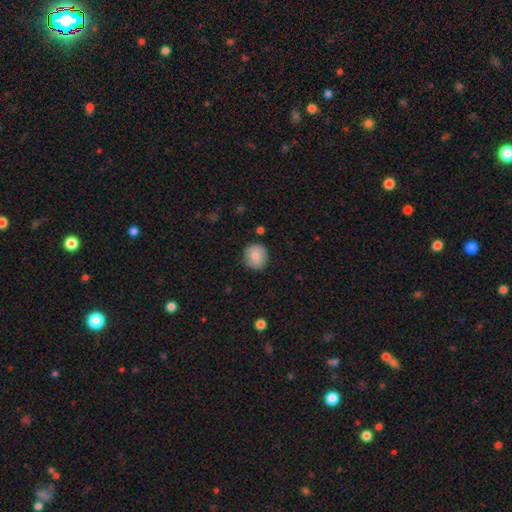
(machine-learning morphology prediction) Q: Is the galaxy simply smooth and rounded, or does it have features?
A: smooth — 80%.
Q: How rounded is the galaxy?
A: round — 89%.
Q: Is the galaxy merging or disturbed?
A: none — 83%.